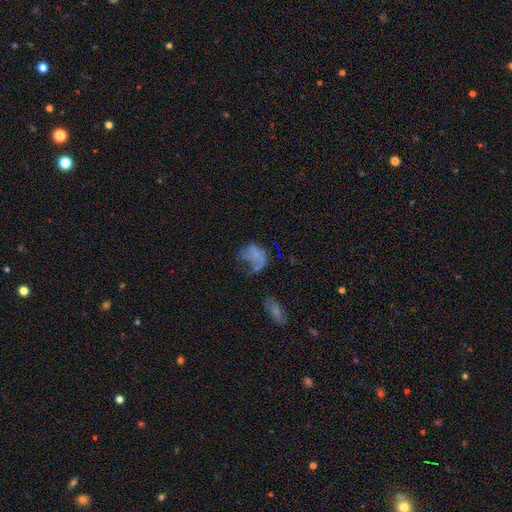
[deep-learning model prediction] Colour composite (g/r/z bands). It shows a smooth galaxy with no disk features (50%) that is in between round and cigar-shaped (65%). Merging: major disturbance (46%).